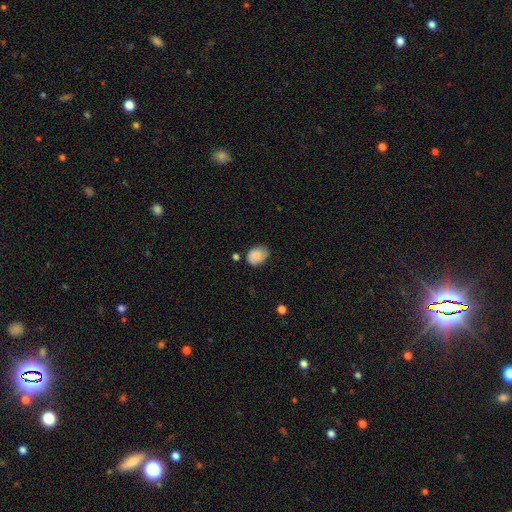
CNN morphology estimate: Smooth or featured: smooth — 83% (featured or disk — 9%)
How rounded: in between — 65% (round — 34%)
Merging: none — 65% (minor disturbance — 26%)